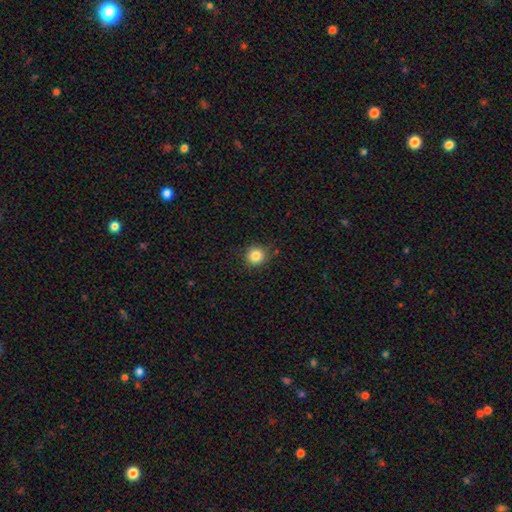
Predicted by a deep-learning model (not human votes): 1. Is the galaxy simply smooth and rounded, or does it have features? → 84% smooth, 11% star or artifact, 5% featured or disk.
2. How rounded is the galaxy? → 91% round, 8% in between, 1% cigar-shaped.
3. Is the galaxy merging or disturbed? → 86% none, 10% minor disturbance, 2% major disturbance, 1% merger.